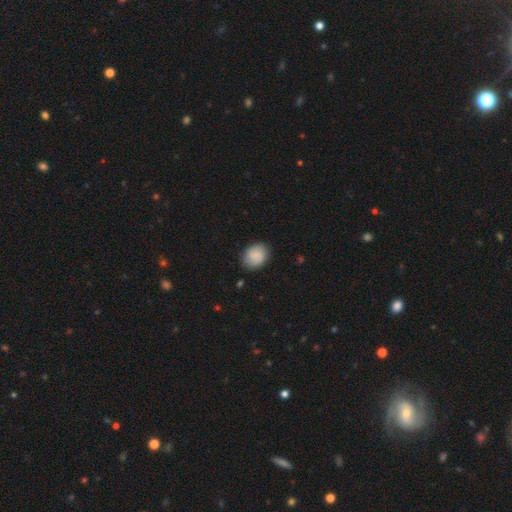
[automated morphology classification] Smooth or featured? smooth (85%)
How rounded? in between (51%)
Merging? none (81%)